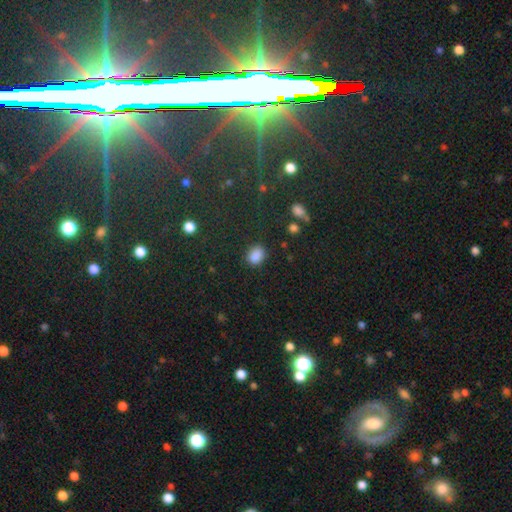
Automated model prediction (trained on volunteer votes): This appears to be a smooth galaxy with no disk features (86%) that is in between round and cigar-shaped (61%). Merging: none (80%).